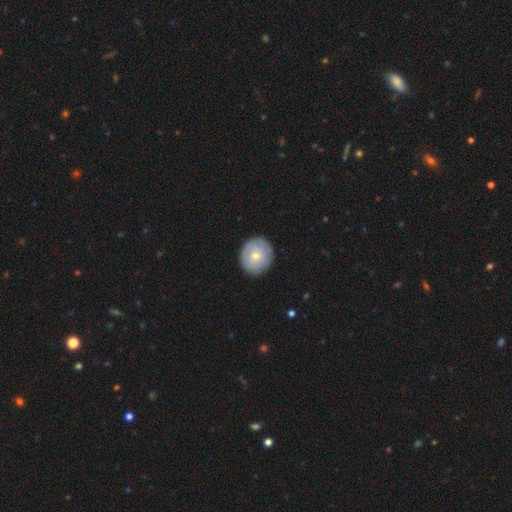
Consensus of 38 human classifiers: Morphology: type=smooth (66%); roundness=round (92%); merging=none (95%).